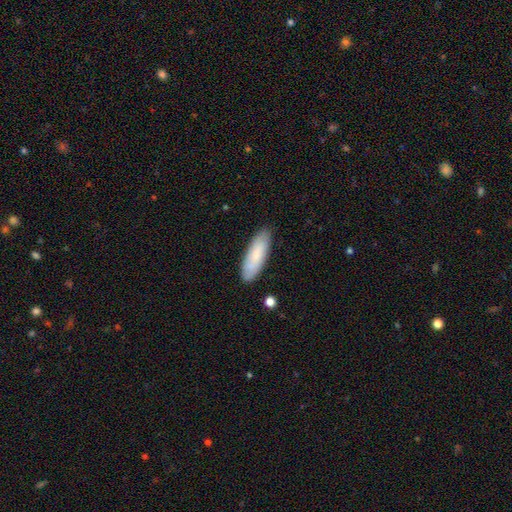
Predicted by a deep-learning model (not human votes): This is likely a smooth galaxy (75%). How rounded: possibly in between (52%). Merging: clearly none (85%).